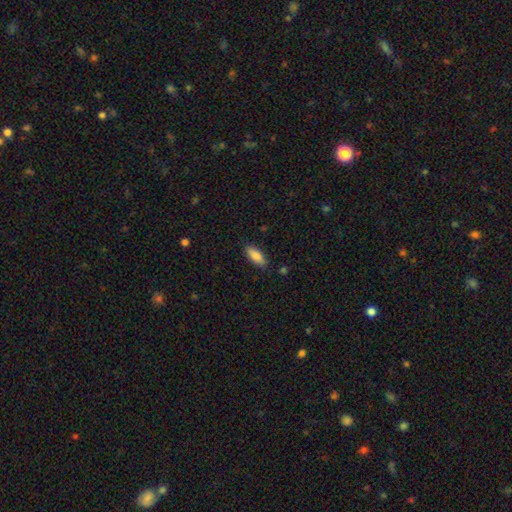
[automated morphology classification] This appears to be a smooth galaxy with no disk features (86%) that is in between round and cigar-shaped (77%). Merging: none (86%).